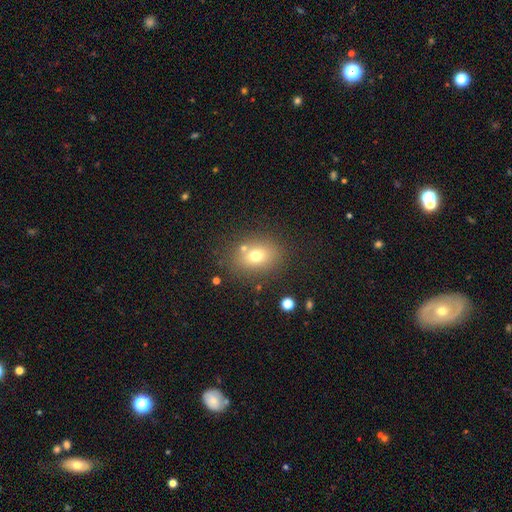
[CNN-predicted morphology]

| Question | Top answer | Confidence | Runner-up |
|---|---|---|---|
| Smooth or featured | smooth | 70% | featured or disk (15%) |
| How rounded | in between | 55% | round (44%) |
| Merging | none | 76% | minor disturbance (12%) |